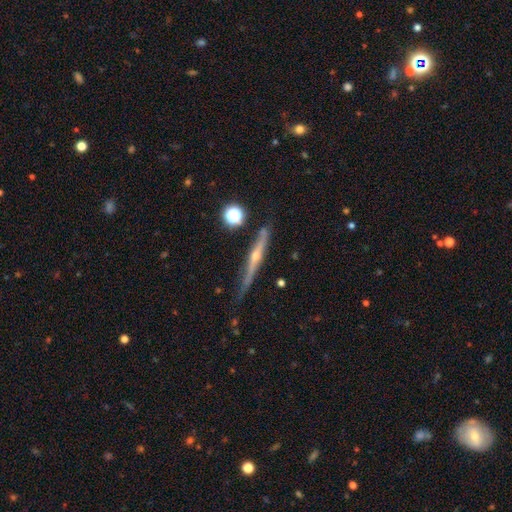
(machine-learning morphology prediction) Smooth or featured?
  - featured or disk: 77% *
  - smooth: 16%
  - star or artifact: 7%
Edge-on disk?
  - yes: 97% *
  - no: 3%
Edge-on bulge?
  - rounded: 82% *
  - none: 14%
  - boxy: 4%
Merging?
  - none: 80% *
  - minor disturbance: 14%
  - major disturbance: 3%
  - merger: 3%